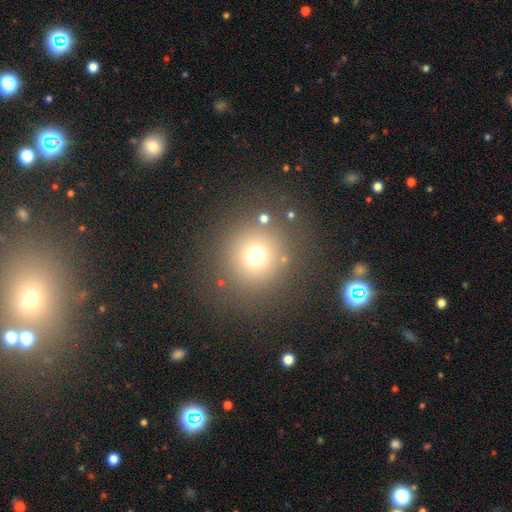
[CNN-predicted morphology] Overall: smooth (70%). How rounded: round (94%). Merging: none (84%).